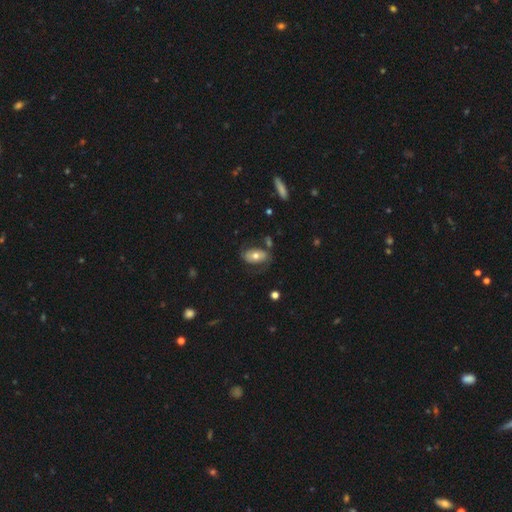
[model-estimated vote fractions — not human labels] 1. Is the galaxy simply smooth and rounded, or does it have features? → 55% smooth, 37% featured or disk, 7% star or artifact.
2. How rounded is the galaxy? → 90% in between, 6% round, 4% cigar-shaped.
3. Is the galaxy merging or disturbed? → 59% none, 21% minor disturbance, 14% major disturbance, 5% merger.